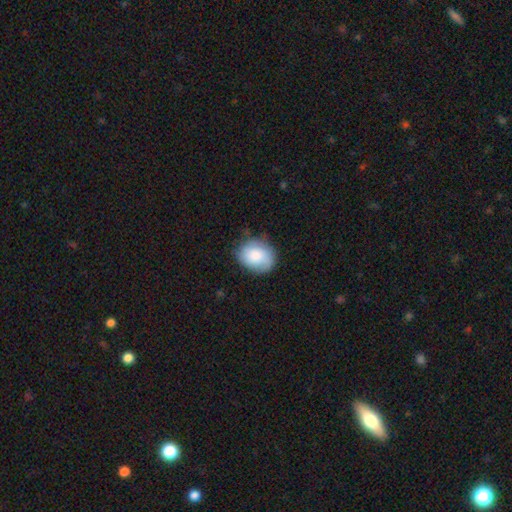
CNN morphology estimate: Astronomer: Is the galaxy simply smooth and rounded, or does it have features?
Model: smooth — 76%.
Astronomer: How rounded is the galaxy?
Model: round — 57% (runner-up: in between, 42%).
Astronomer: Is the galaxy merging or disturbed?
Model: none — 74%.